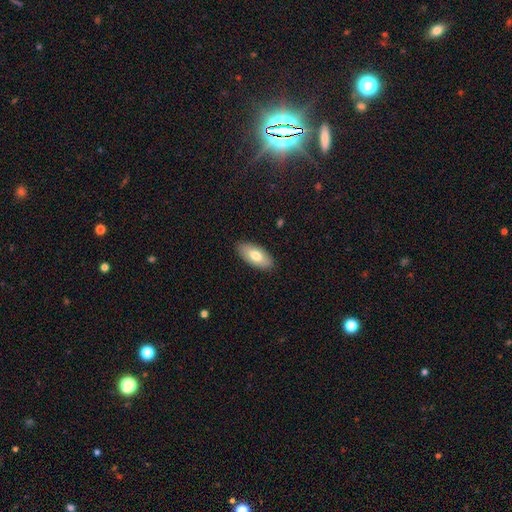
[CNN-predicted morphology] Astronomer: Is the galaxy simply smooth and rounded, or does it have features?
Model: smooth — 74%.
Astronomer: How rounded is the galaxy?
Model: in between — 91%.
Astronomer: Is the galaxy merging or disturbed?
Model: none — 88%.